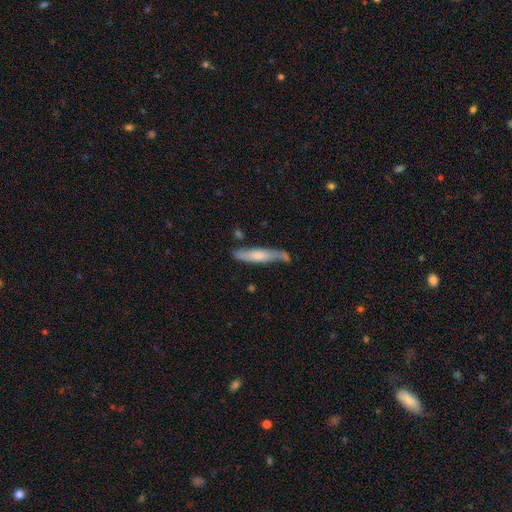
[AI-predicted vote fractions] A featured or disk galaxy (47%, tied with smooth).

Vote fractions:
- Smooth or featured? featured or disk: 47% (tied) / smooth: 47% (tied) / star or artifact: 6%
- Merging? none: 67% / minor disturbance: 21% / merger: 7% / major disturbance: 5%